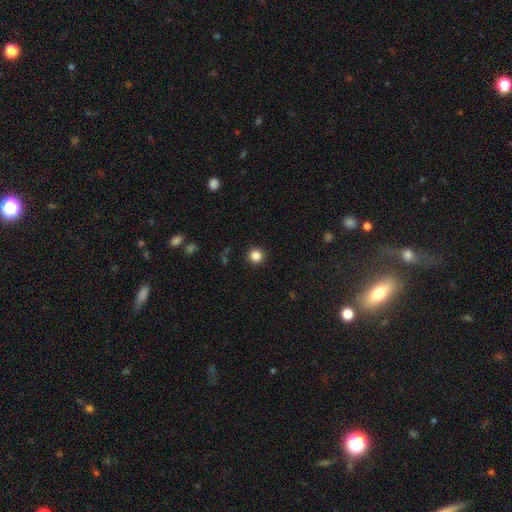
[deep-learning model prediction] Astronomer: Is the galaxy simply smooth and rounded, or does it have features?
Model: smooth — 85%.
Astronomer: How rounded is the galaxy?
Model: round — 96%.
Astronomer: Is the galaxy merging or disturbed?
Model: none — 92%.